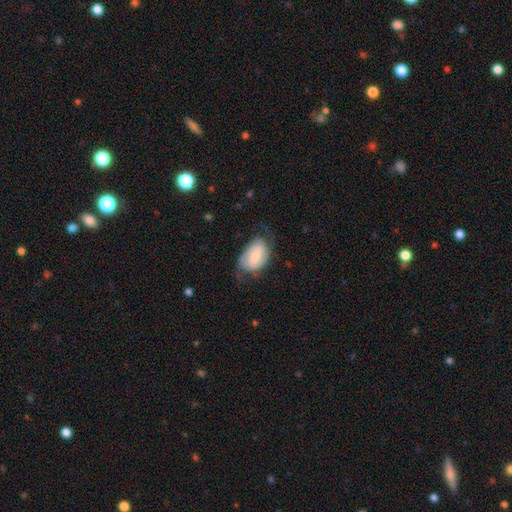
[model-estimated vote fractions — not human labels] Smooth or featured: smooth — 48% (featured or disk — 45%)
Merging: none — 51% (minor disturbance — 29%)